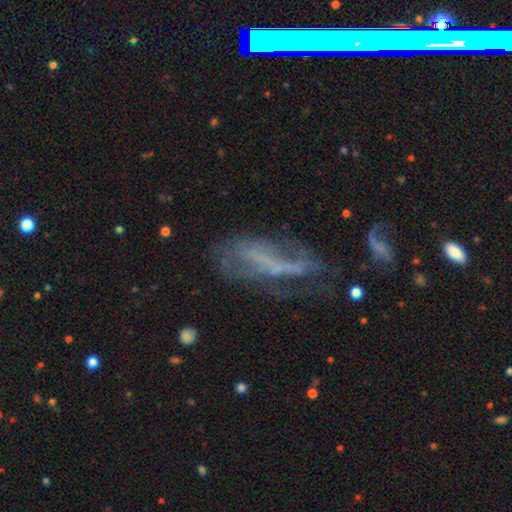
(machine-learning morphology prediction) smooth_or_featured: featured or disk (p=0.61) [alt: smooth p=0.24]
disk_edge_on: no (p=0.87) [alt: yes p=0.13]
bar: no (p=0.47) [alt: strong p=0.28]
has_spiral_arms: no (p=0.60) [alt: yes p=0.40]
bulge_size: none (p=0.67) [alt: small p=0.19]
merging: major disturbance (p=0.39) [alt: none p=0.31]